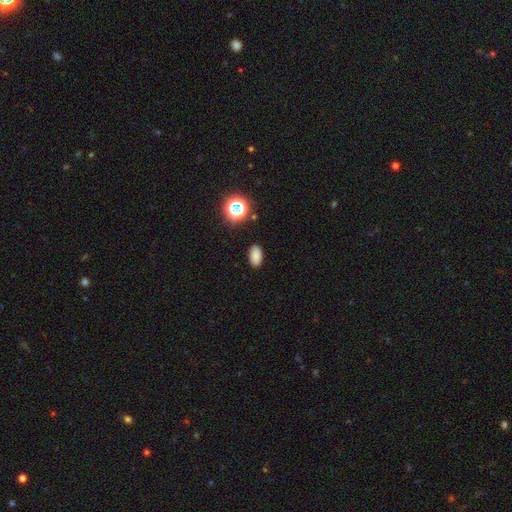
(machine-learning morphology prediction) This appears to be a smooth galaxy with no disk features (81%) that is in between round and cigar-shaped (91%). Merging: none (88%).